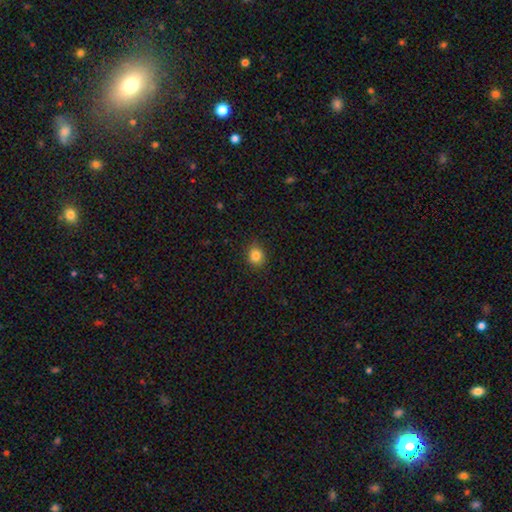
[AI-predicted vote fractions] smooth_or_featured: smooth (p=0.84) [alt: star or artifact p=0.11]
how_rounded: round (p=0.74) [alt: in between p=0.25]
merging: none (p=0.88) [alt: minor disturbance p=0.09]